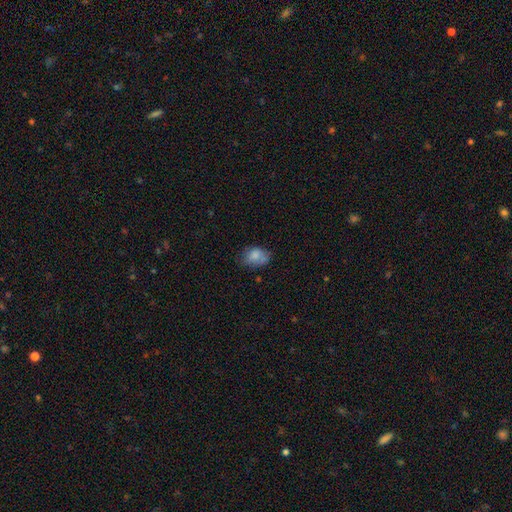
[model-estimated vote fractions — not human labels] Smooth or featured? Predicted: smooth (p=0.78). How rounded? Predicted: in between (p=0.74). Merging? Predicted: none (p=0.51).